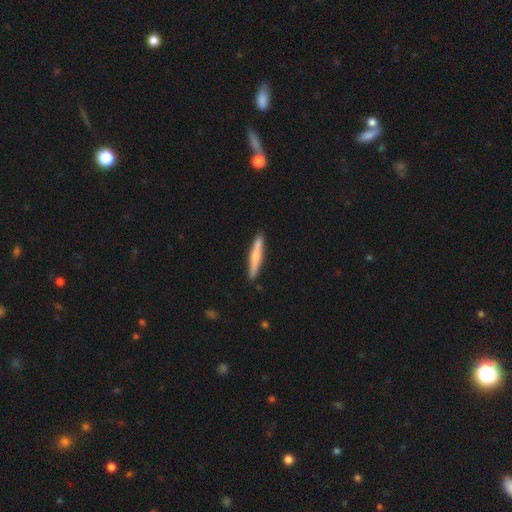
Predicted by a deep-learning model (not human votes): This appears to be a smooth galaxy with no disk features (55%) that is cigar-shaped (94%). Merging: none (90%).